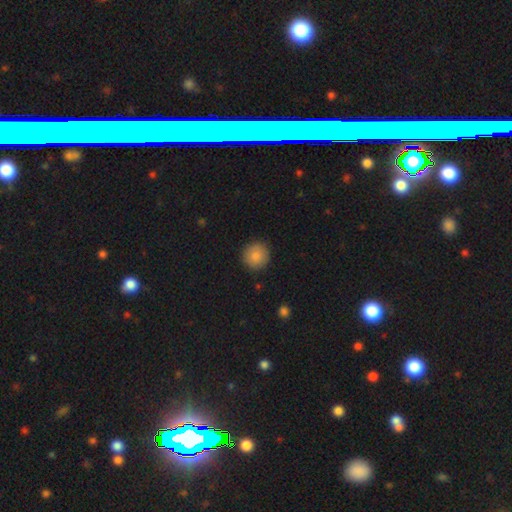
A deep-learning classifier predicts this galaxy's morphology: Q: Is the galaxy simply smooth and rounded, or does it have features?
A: smooth — 86%.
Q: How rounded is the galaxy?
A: round — 94%.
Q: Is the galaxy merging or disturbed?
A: none — 90%.